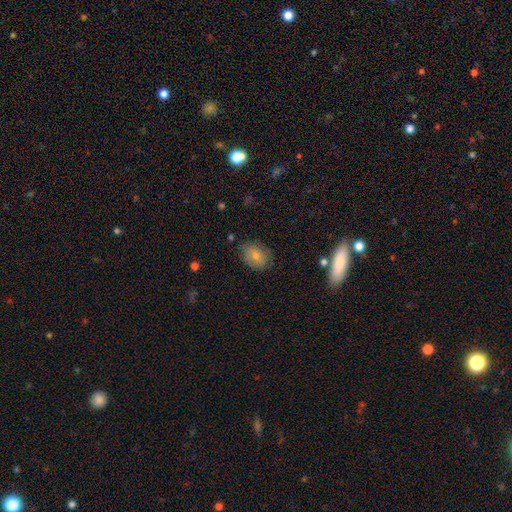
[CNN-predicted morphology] smooth 70%, featured or disk 20%, star or artifact 10%. Down the decision tree: how rounded — in between (73%); merging — none (81%).